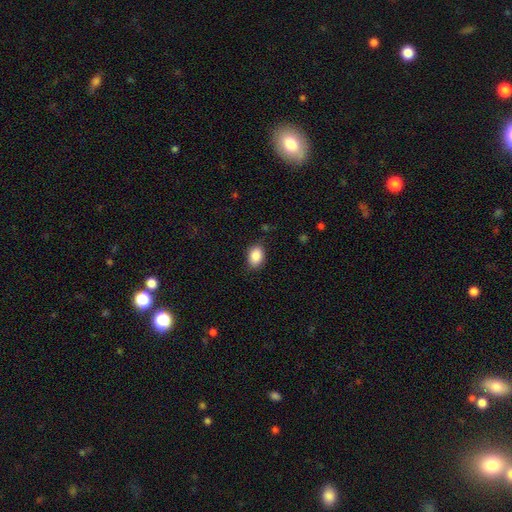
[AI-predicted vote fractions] smooth-or-featured: smooth: 87% | star or artifact: 8% | featured or disk: 5%
  how-rounded: in between: 78% | round: 21% | cigar-shaped: 1%
  merging: none: 82% | minor disturbance: 14% | major disturbance: 3% | merger: 1%